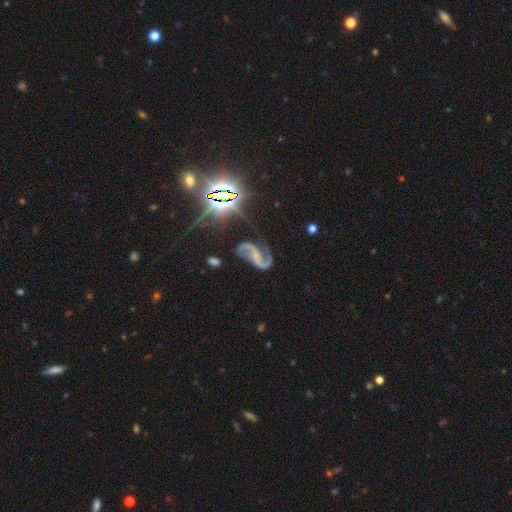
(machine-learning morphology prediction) Overall: featured or disk (85%). Edge-on disk: no (98%). Bar: no (39%; weak 35%). Spiral arms: yes (97%). Spiral arm count: 2 (93%). Spiral winding: loose (63%; medium 30%). Bulge size: none (46%; small 40%). Merging: none (64%).